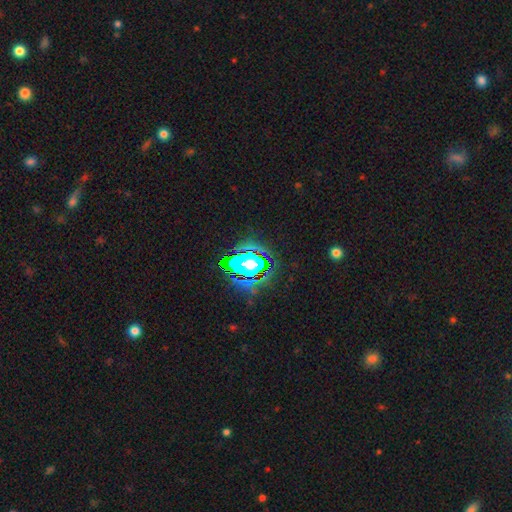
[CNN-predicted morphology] Smooth or featured? star or artifact (57%)